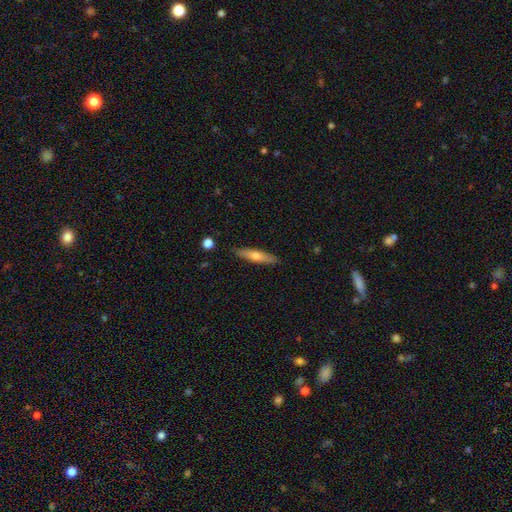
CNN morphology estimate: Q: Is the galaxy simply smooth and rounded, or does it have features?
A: smooth — 48%.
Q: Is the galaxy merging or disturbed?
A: none — 89%.